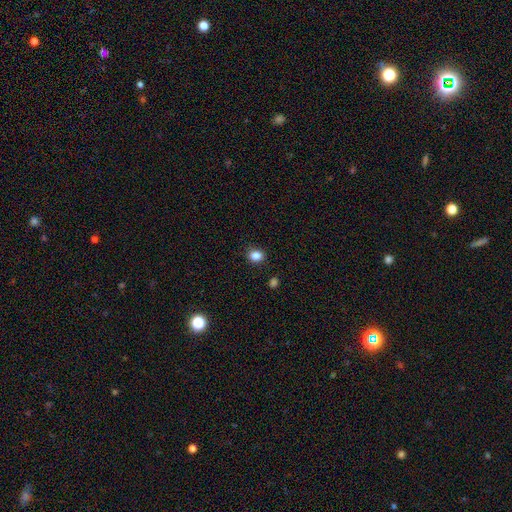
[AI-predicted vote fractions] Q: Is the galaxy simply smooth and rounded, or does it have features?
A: smooth — 84%.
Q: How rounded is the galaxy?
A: round — 62%.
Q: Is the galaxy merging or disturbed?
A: none — 88%.